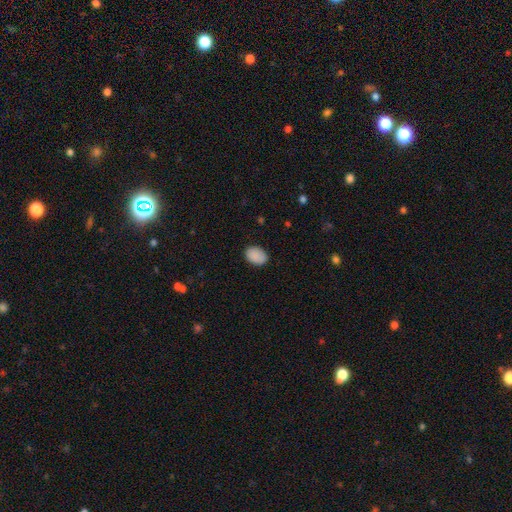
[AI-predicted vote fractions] A smooth galaxy with no disk features (89%) that is in between round and cigar-shaped (78%). Merging: none (84%).